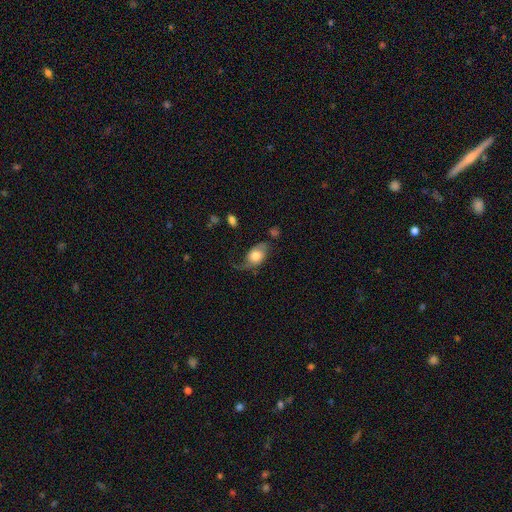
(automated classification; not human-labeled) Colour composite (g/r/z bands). It shows a smooth galaxy with no disk features (53%) that is in between round and cigar-shaped (78%). Merging: none (39%).